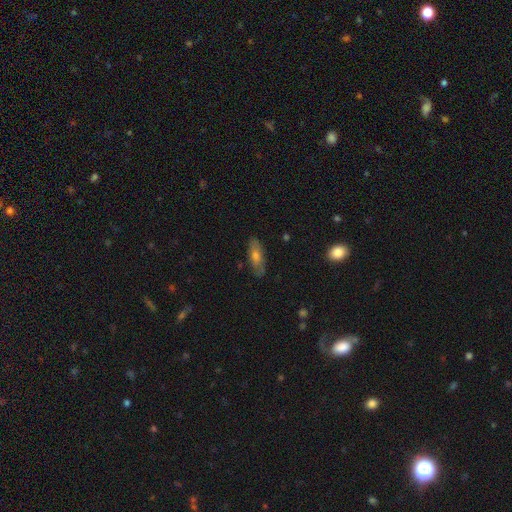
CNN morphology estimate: A smooth galaxy with no disk features (57%) that is in between round and cigar-shaped (66%).

Vote fractions:
- Smooth or featured? smooth: 57% / featured or disk: 36% / star or artifact: 8%
- How rounded? in between: 66% / cigar-shaped: 30% / round: 3%
- Merging? none: 82% / minor disturbance: 14% / major disturbance: 3% / merger: 1%